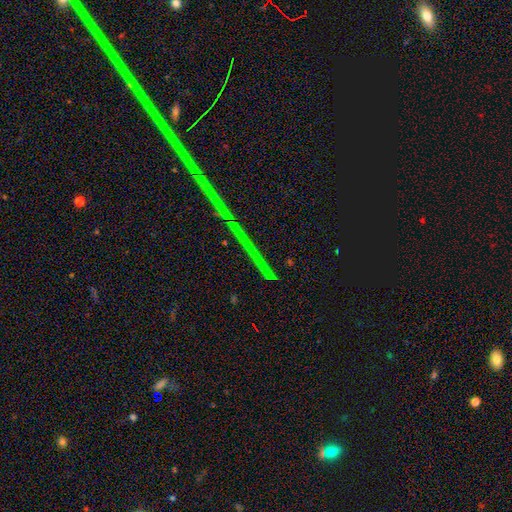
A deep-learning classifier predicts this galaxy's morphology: This appears to be a star or artifact, not a galaxy (87%).